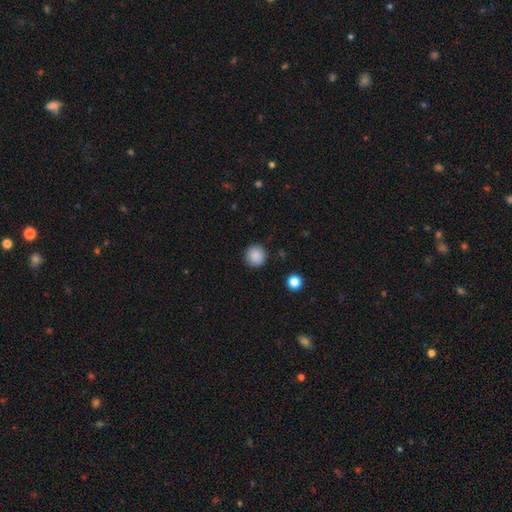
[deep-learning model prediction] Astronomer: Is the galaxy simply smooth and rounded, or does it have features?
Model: smooth — 88%.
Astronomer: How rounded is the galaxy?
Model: round — 94%.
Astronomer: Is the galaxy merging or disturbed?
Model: none — 91%.